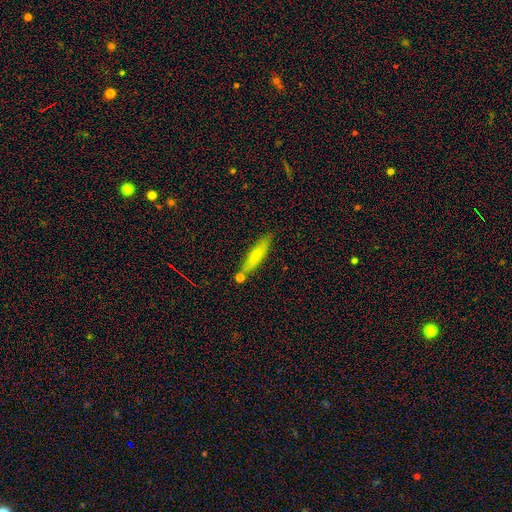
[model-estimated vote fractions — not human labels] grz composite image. It shows a smooth galaxy with no disk features (72%) that is cigar-shaped (81%). Merging: none (74%).